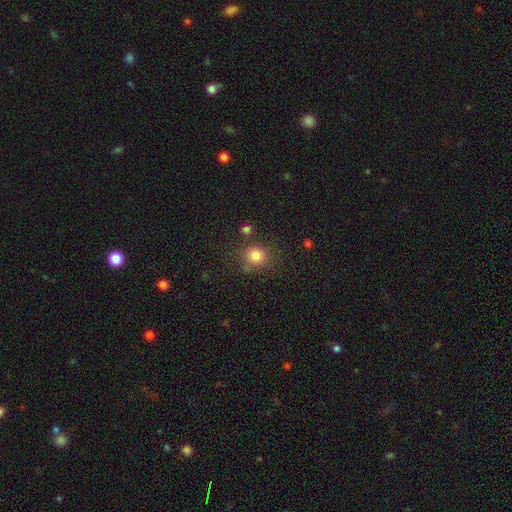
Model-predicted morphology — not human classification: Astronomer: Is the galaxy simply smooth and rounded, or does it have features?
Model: smooth — 81%.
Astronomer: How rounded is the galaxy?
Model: round — 80%.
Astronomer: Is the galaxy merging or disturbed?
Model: none — 74%.